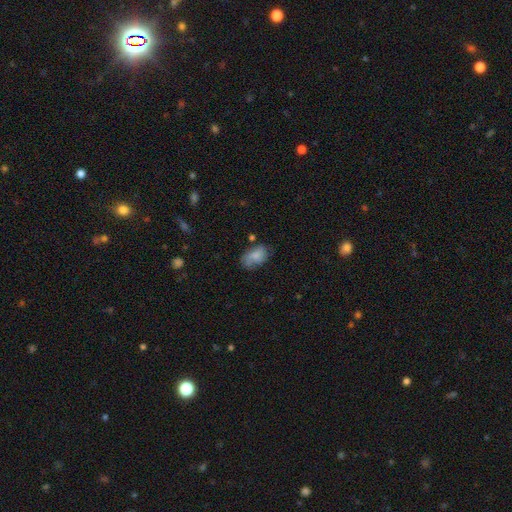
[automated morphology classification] Smooth or featured: smooth — 72% (featured or disk — 19%)
How rounded: in between — 88% (round — 10%)
Merging: none — 54% (minor disturbance — 30%)